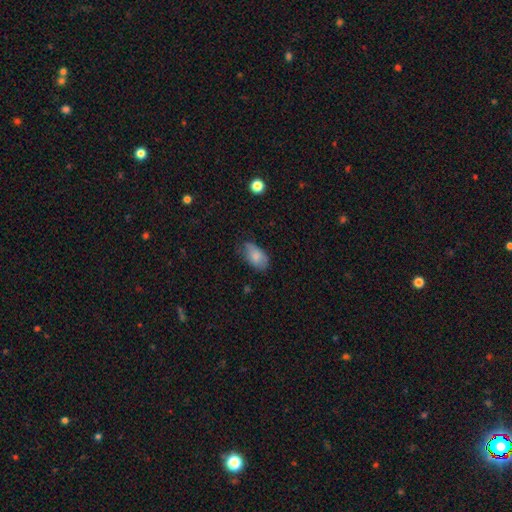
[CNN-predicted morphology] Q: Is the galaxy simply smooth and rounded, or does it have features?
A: smooth — 82%.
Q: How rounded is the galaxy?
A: in between — 92%.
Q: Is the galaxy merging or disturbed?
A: none — 61%.